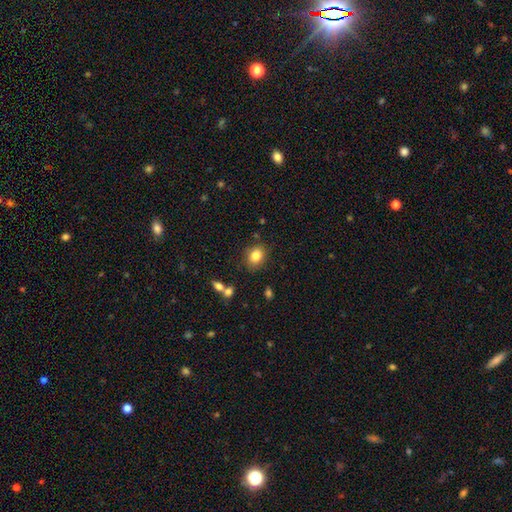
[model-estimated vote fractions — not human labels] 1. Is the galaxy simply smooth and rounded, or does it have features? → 82% smooth, 10% star or artifact, 8% featured or disk.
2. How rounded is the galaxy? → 58% in between, 41% round, 1% cigar-shaped.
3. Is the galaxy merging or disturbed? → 81% none, 12% minor disturbance, 3% merger, 3% major disturbance.